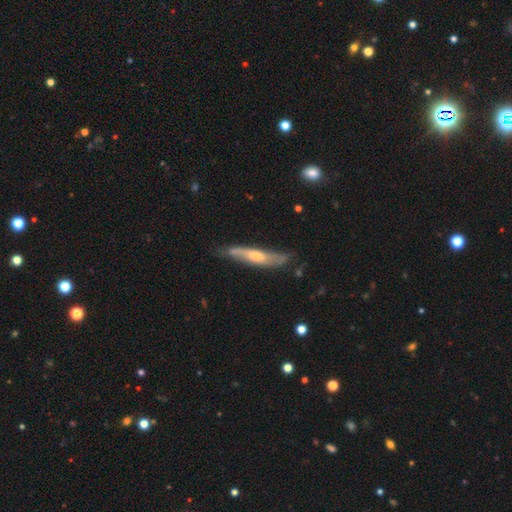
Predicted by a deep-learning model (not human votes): featured or disk 62%, smooth 32%, star or artifact 6%. Down the decision tree: edge-on disk — yes (70%); merging — none (68%).